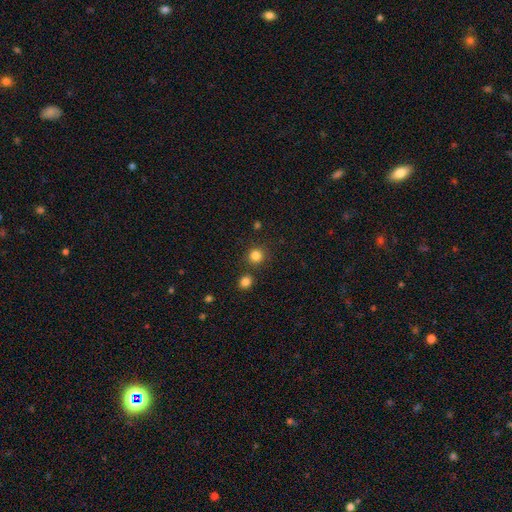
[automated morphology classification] The model was most divided on "smooth or featured": smooth: 83%, star or artifact: 13%, featured or disk: 4%. More confident: how rounded — round (92%); merging — none (83%).